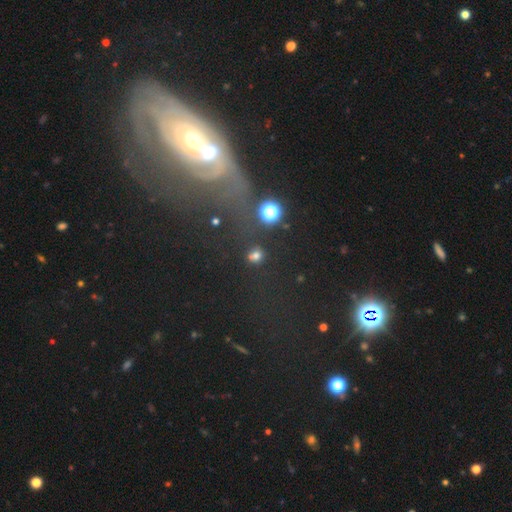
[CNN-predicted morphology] Overall: smooth (68%). How rounded: round (74%). Merging: none (71%).